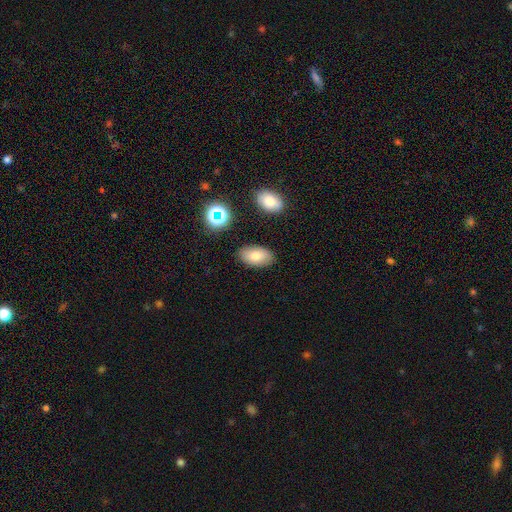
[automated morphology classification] Q: Smooth or featured?
A: smooth (74%); runner-up: featured or disk (16%)
Q: How rounded?
A: in between (93%); runner-up: round (6%)
Q: Merging?
A: none (84%); runner-up: minor disturbance (11%)